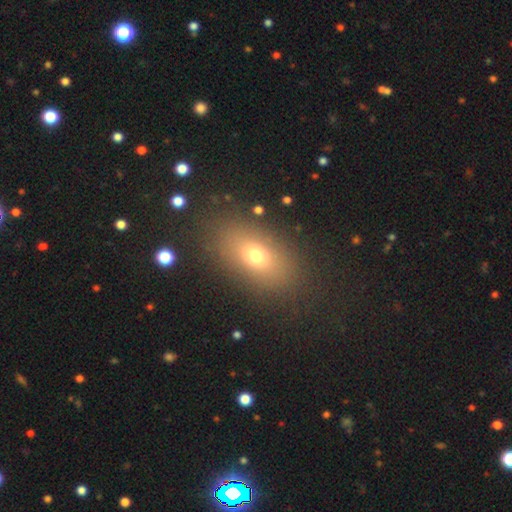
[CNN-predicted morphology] Smooth or featured? Predicted: smooth (p=0.69). How rounded? Predicted: in between (p=0.82). Merging? Predicted: none (p=0.84).